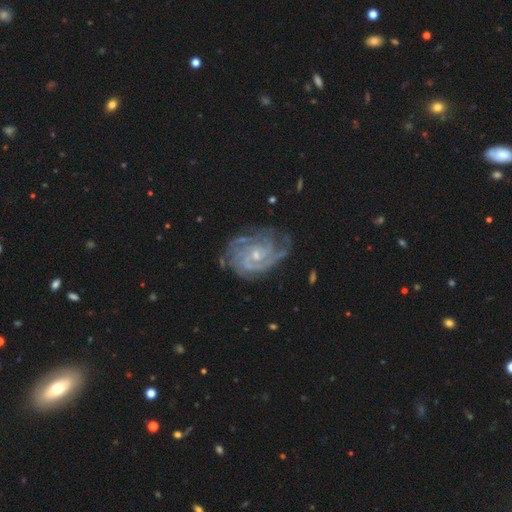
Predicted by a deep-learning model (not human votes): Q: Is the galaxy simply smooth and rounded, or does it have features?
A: featured or disk — 91%.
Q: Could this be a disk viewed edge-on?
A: no — 98%.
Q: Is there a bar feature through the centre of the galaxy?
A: no — 61%.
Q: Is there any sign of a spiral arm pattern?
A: yes — 98%.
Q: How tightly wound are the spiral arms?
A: tight — 71%.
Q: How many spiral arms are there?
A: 3 — 26%.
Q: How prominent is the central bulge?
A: small — 67%.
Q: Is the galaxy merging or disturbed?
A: none — 71%.